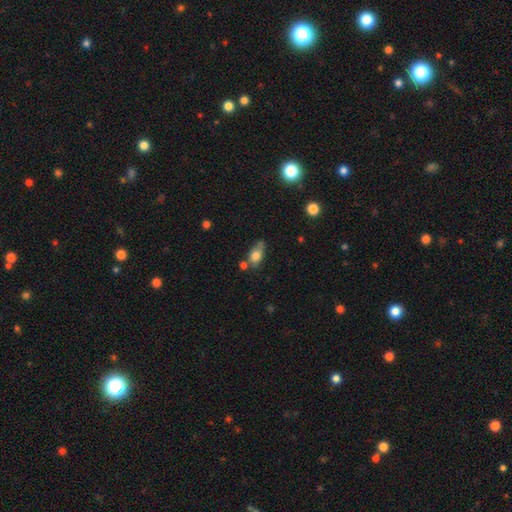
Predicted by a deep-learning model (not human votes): smooth-or-featured: smooth: 76% | featured or disk: 15% | star or artifact: 9%
  how-rounded: in between: 81% | round: 12% | cigar-shaped: 7%
  merging: none: 45% | minor disturbance: 28% | merger: 17% | major disturbance: 9%